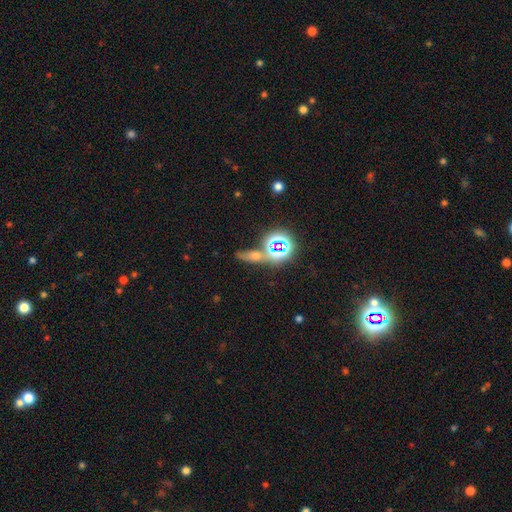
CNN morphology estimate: star or artifact 46%, smooth 37%, featured or disk 17%.